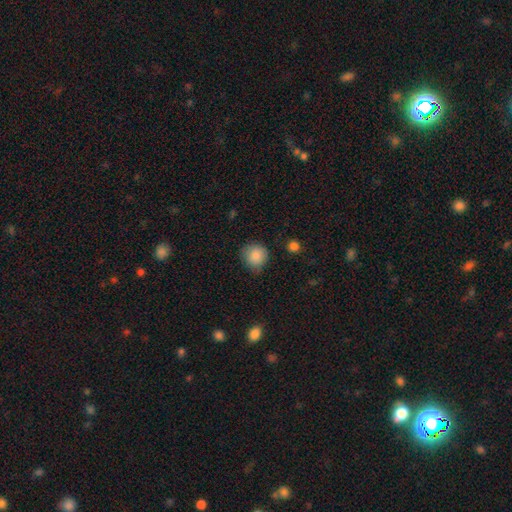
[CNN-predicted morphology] Smooth or featured? smooth (87%)
How rounded? round (89%)
Merging? none (75%)